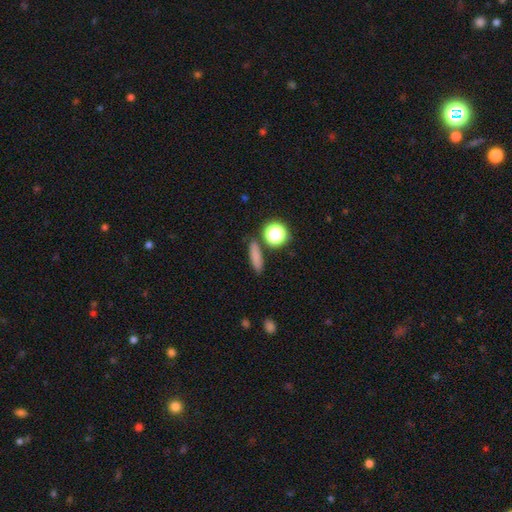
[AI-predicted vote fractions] smooth 78%, star or artifact 13%, featured or disk 9%. Down the decision tree: how rounded — cigar-shaped (58%); merging — none (83%).